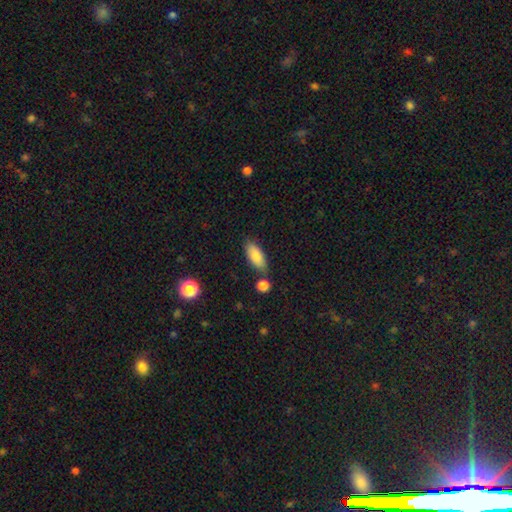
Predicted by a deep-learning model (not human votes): The model was most divided on "merging": none: 73%, minor disturbance: 15%, merger: 10%, major disturbance: 3%. More confident: smooth or featured — smooth (82%); how rounded — in between (81%).